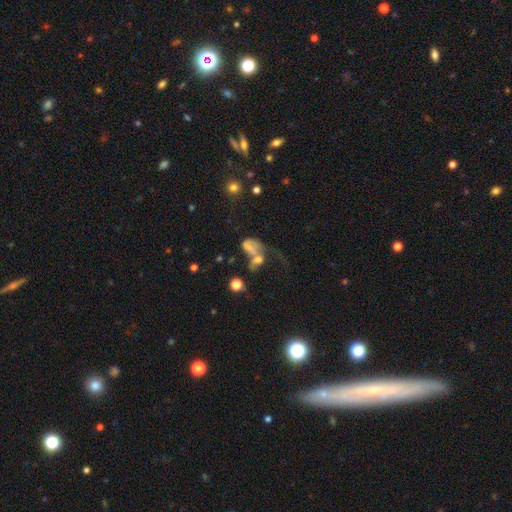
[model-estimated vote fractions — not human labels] Smooth or featured? Predicted: smooth (p=0.43). Merging? Predicted: merger (p=0.58).